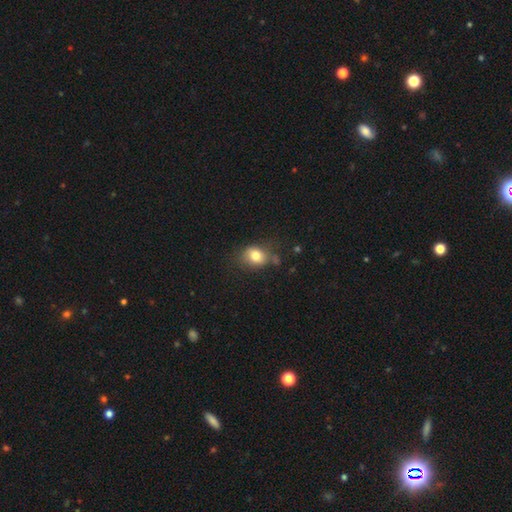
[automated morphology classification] The model was most divided on "how rounded": in between: 53%, round: 46%, cigar-shaped: 1%. More confident: smooth or featured — smooth (79%); merging — none (61%).